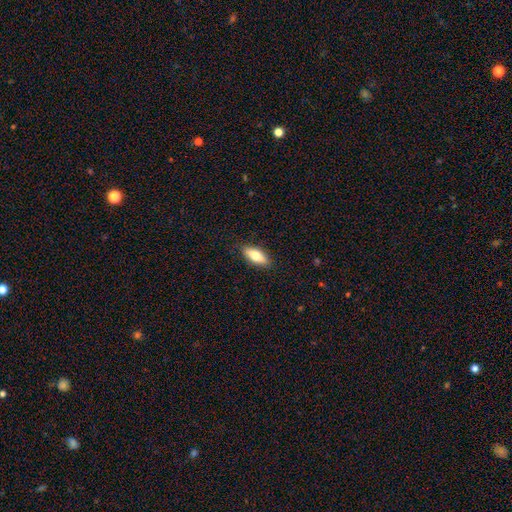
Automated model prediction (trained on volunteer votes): Smooth or featured: smooth — 75% (featured or disk — 19%)
How rounded: in between — 76% (cigar-shaped — 22%)
Merging: none — 88% (minor disturbance — 9%)